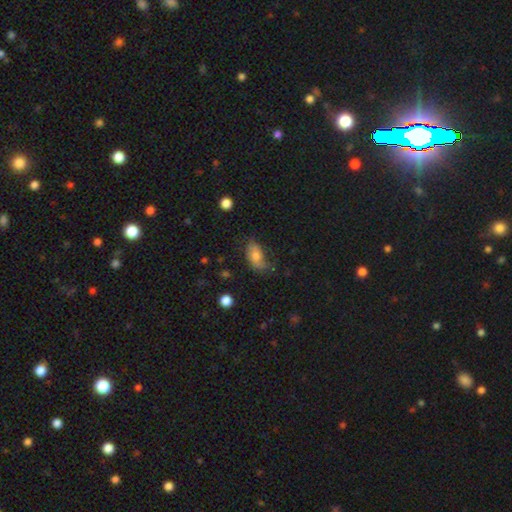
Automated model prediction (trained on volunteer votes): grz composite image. It shows a smooth galaxy with no disk features (65%) that is in between round and cigar-shaped (89%). Merging: none (50%).